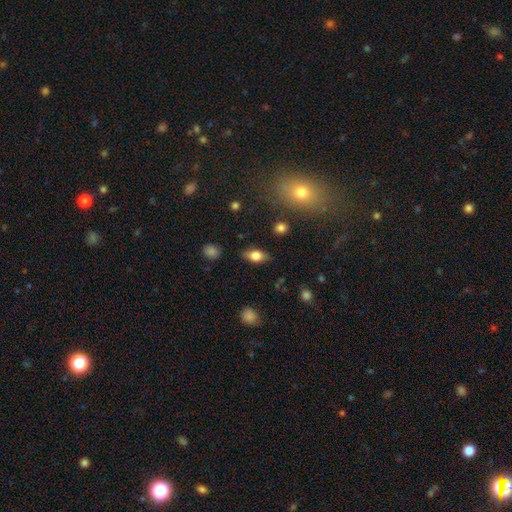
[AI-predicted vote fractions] A smooth galaxy with no disk features (73%) that is in between round and cigar-shaped (85%). Merging: none (84%).